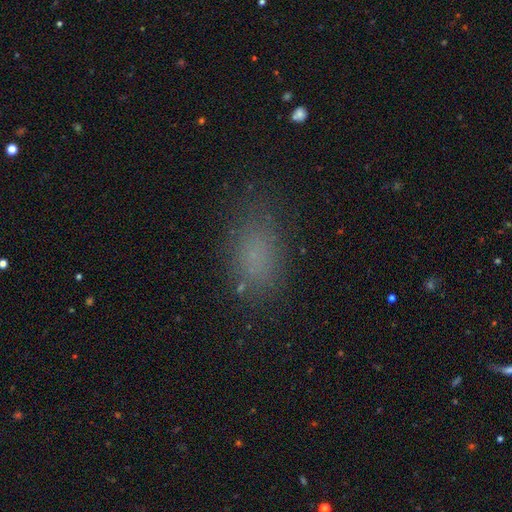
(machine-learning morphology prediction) This is likely a smooth galaxy (75%). How rounded: clearly in between (87%). Merging: likely none (76%).